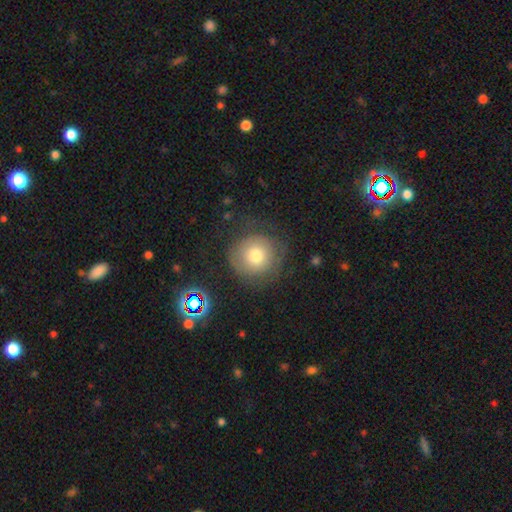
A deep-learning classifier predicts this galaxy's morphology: Overall: smooth (66%). How rounded: round (92%). Merging: none (71%).